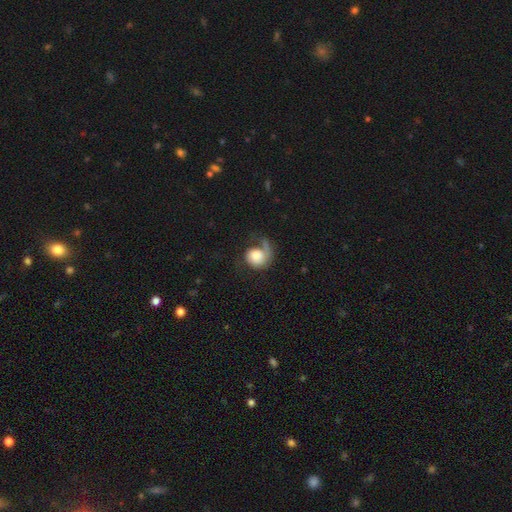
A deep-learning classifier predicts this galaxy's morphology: Smooth or featured?
  - smooth: 47% *
  - featured or disk: 46%
  - star or artifact: 8%
Merging?
  - major disturbance: 39% *
  - none: 35%
  - minor disturbance: 20%
  - merger: 5%